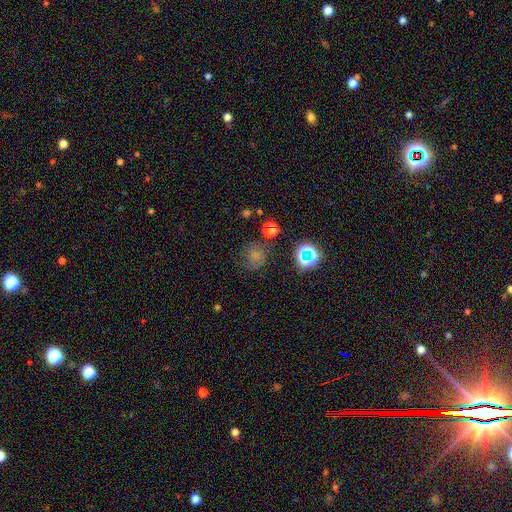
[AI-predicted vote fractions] Morphology: type=smooth (61%); roundness=round (85%); merging=none (69%).